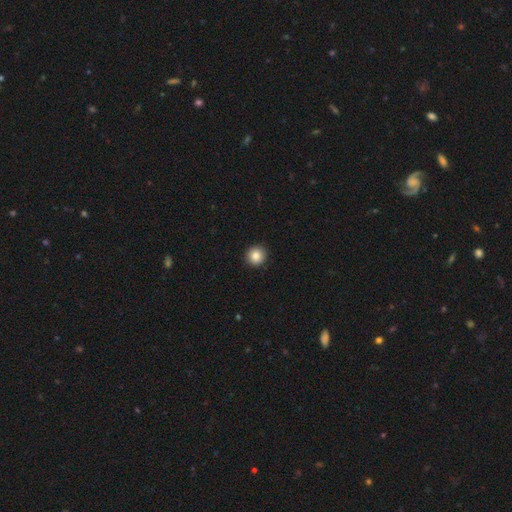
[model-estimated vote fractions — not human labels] A smooth galaxy with no disk features (85%) that is round (94%). Merging: none (93%).